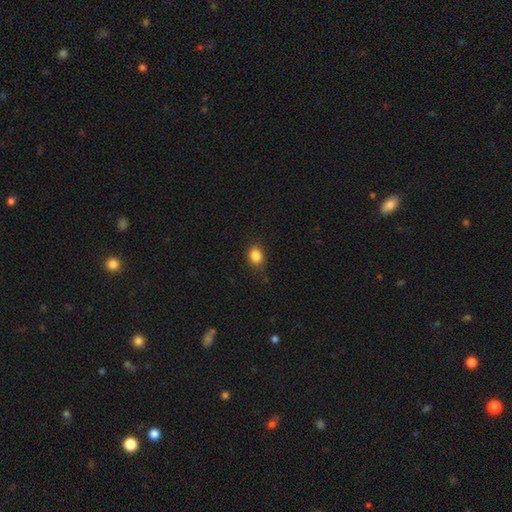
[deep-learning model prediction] smooth_or_featured: smooth (p=0.85) [alt: star or artifact p=0.10]
how_rounded: in between (p=0.50) [alt: round p=0.49]
merging: none (p=0.77) [alt: minor disturbance p=0.18]